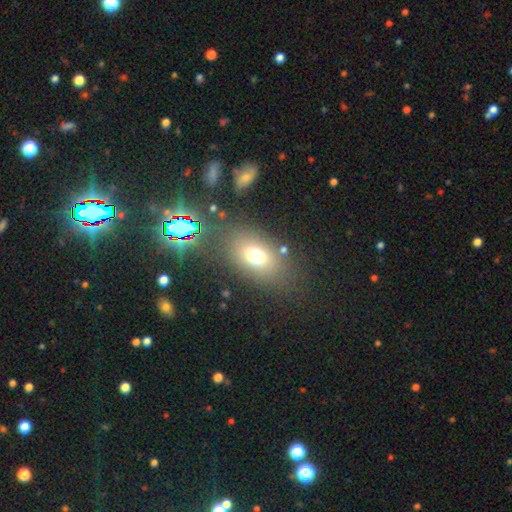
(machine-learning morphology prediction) type=smooth (69%); roundness=in between (71%); merging=none (73%).